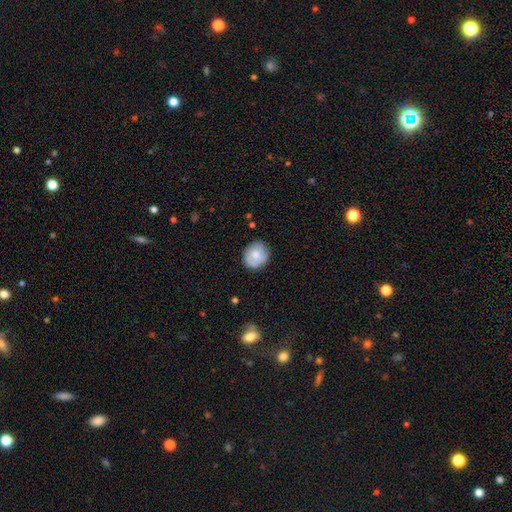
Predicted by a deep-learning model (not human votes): smooth 75%, featured or disk 18%, star or artifact 7%. Down the decision tree: how rounded — round (76%); merging — none (79%).